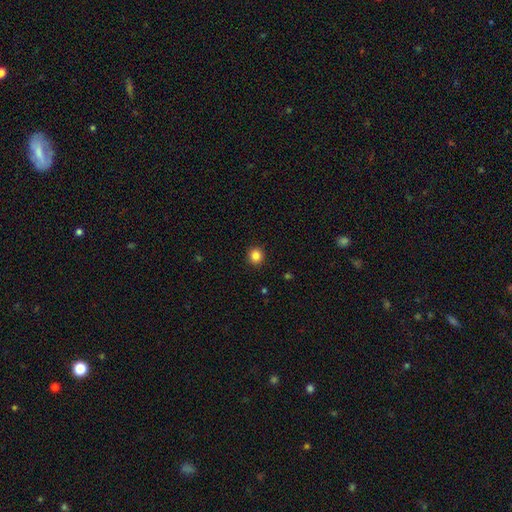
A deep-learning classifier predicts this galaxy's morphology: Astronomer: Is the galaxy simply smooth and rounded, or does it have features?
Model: smooth — 85%.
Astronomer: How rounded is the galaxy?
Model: round — 92%.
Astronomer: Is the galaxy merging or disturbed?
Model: none — 93%.